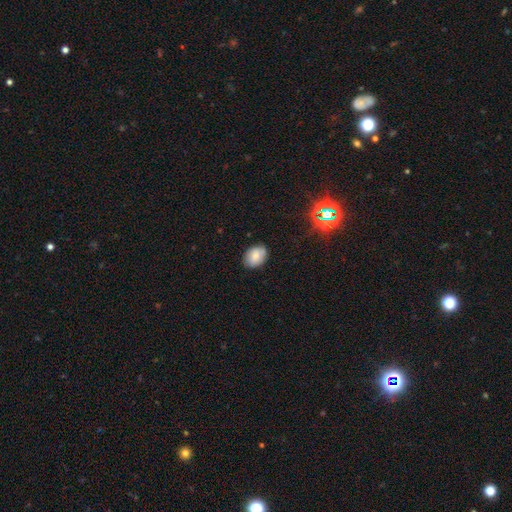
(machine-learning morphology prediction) Smooth or featured?
  - smooth: 78% *
  - featured or disk: 12%
  - star or artifact: 10%
How rounded?
  - in between: 72% *
  - round: 27%
  - cigar-shaped: 1%
Merging?
  - none: 80% *
  - minor disturbance: 16%
  - major disturbance: 3%
  - merger: 1%